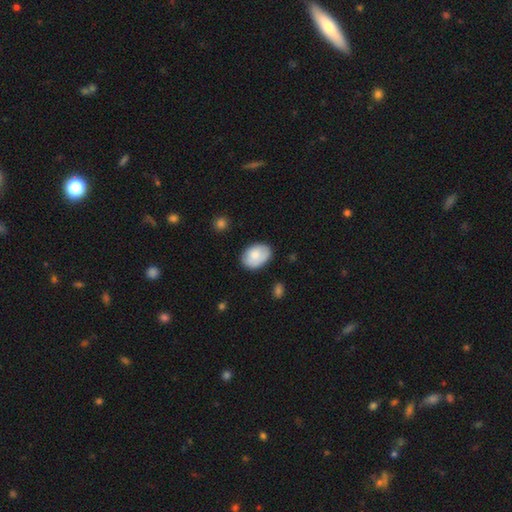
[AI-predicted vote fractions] A smooth galaxy with no disk features (80%) that is in between round and cigar-shaped (83%).

Vote fractions:
- Smooth or featured? smooth: 80% / featured or disk: 14% / star or artifact: 6%
- How rounded? in between: 83% / round: 16% / cigar-shaped: 1%
- Merging? none: 76% / minor disturbance: 19% / major disturbance: 4% / merger: 2%